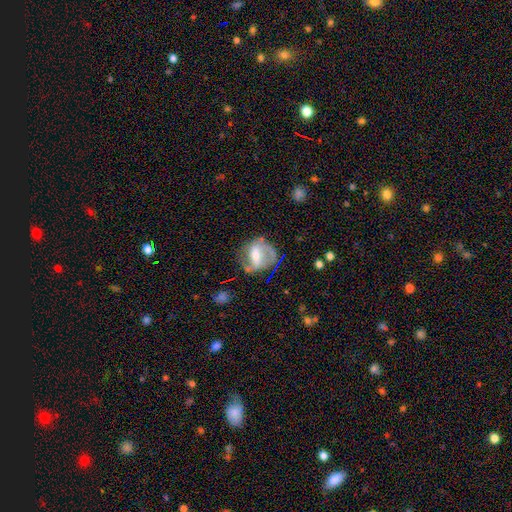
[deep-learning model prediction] This is likely a featured or disk galaxy (69%). It is clearly not viewed edge-on (95%). Bar: possibly strong (48%). Spiral arm pattern: likely yes (72%). Central bulge: possibly moderate (53%). Merging: possibly none (56%).